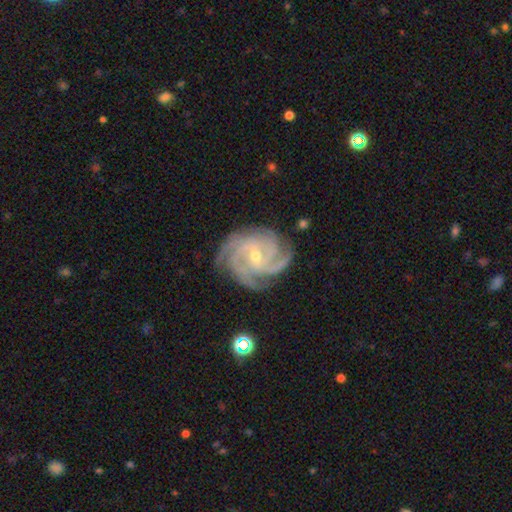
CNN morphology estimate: featured or disk 91%, star or artifact 5%, smooth 4%. Down the decision tree: edge-on disk — no (98%); bar — no (46%); spiral arms — yes (99%); spiral arm count — 4 (44%); spiral winding — tight (71%); bulge size — small (65%); merging — none (80%).